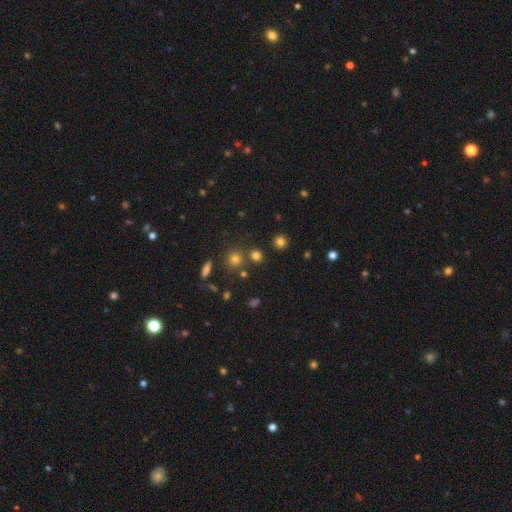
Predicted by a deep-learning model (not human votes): A smooth galaxy with no disk features (76%) that is round (90%).

Vote fractions:
- Smooth or featured? smooth: 76% / star or artifact: 18% / featured or disk: 6%
- How rounded? round: 90% / in between: 9% / cigar-shaped: 1%
- Merging? none: 77% / merger: 13% / minor disturbance: 7% / major disturbance: 3%